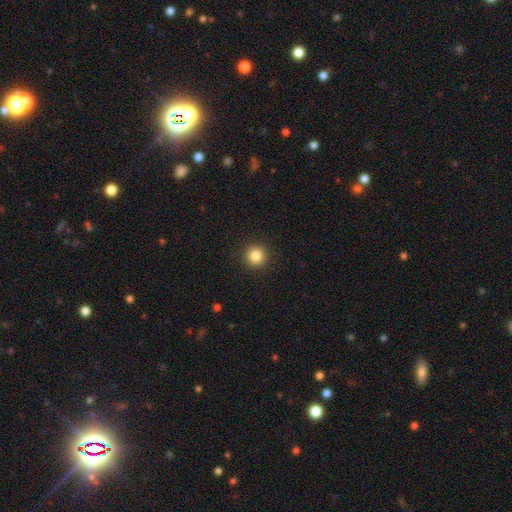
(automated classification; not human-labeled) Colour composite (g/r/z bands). It shows a smooth galaxy with no disk features (84%) that is round (95%). Merging: none (92%).